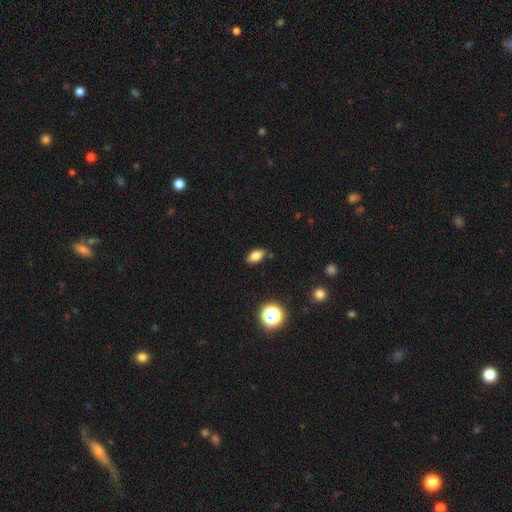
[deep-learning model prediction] A smooth galaxy with no disk features (79%) that is in between round and cigar-shaped (88%). Merging: none (85%).